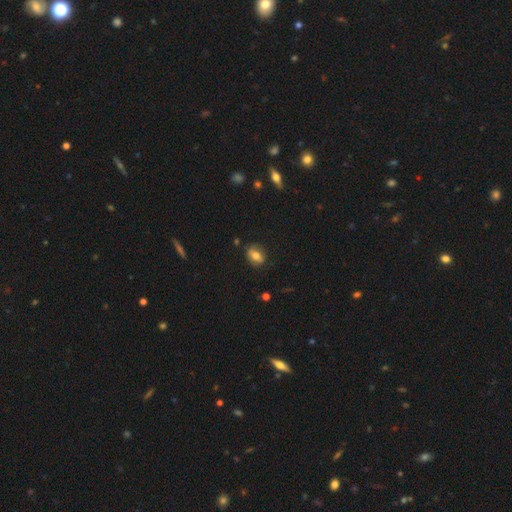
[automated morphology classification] This appears to be a smooth galaxy with no disk features (68%) that is in between round and cigar-shaped (63%). Merging: none (79%).